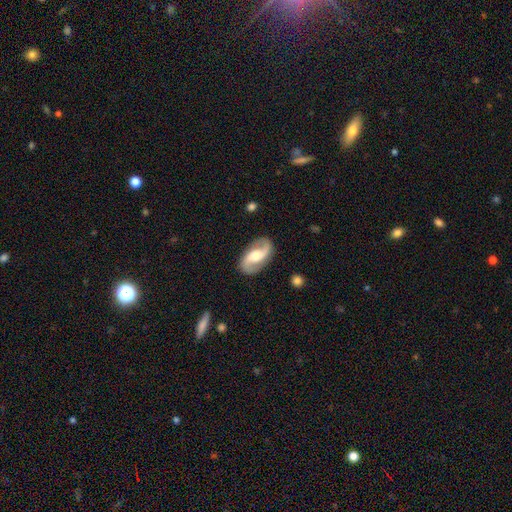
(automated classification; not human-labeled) smooth_or_featured: featured or disk (p=0.85) [alt: smooth p=0.11]
disk_edge_on: no (p=0.97) [alt: yes p=0.03]
bar: weak (p=0.41) [alt: no p=0.38]
has_spiral_arms: yes (p=0.96) [alt: no p=0.04]
spiral_winding: loose (p=0.56) [alt: medium p=0.34]
spiral_arm_count: 2 (p=0.94) [alt: can't tell p=0.02]
bulge_size: moderate (p=0.63) [alt: small p=0.17]
merging: none (p=0.86) [alt: minor disturbance p=0.10]